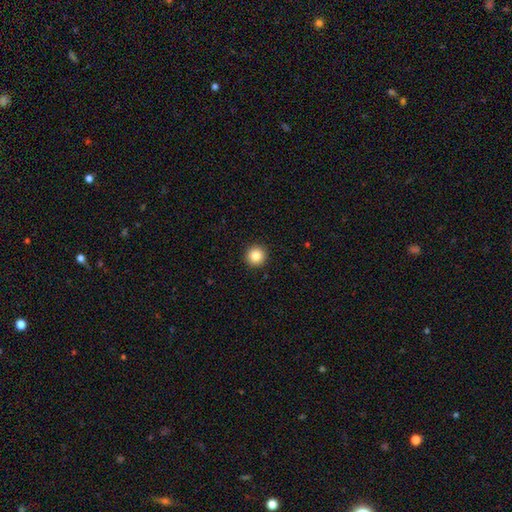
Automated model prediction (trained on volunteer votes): smooth 85%, star or artifact 10%, featured or disk 5%. Down the decision tree: how rounded — round (96%); merging — none (93%).